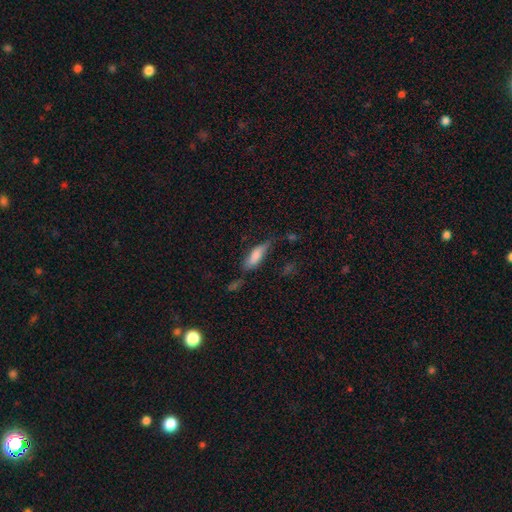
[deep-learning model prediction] smooth_or_featured: smooth (p=0.75) [alt: featured or disk p=0.17]
how_rounded: in between (p=0.60) [alt: cigar-shaped p=0.38]
merging: none (p=0.49) [alt: minor disturbance p=0.29]